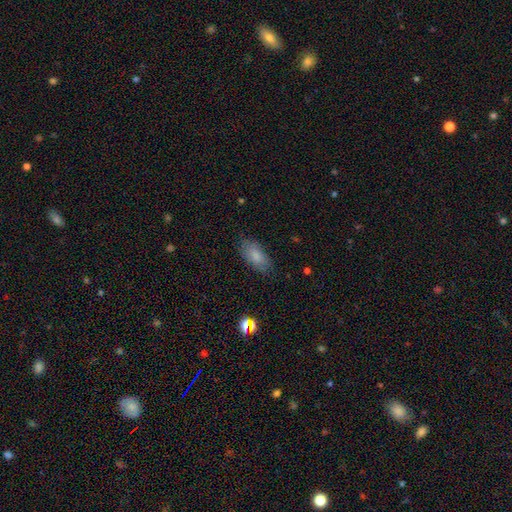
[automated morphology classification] Smooth or featured?
  - smooth: 81% *
  - featured or disk: 11%
  - star or artifact: 8%
How rounded?
  - in between: 89% *
  - cigar-shaped: 8%
  - round: 3%
Merging?
  - none: 80% *
  - minor disturbance: 15%
  - major disturbance: 4%
  - merger: 1%